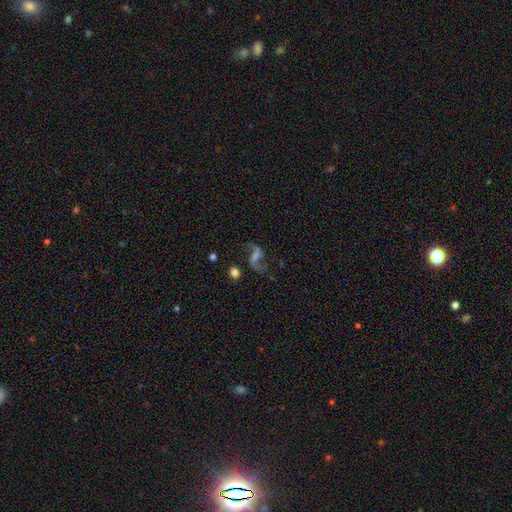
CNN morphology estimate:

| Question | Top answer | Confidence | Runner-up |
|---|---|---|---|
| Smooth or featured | featured or disk | 80% | star or artifact (11%) |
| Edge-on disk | no | 97% | yes (3%) |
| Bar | weak | 44% | strong (30%) |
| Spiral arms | yes | 94% | no (6%) |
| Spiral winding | loose | 83% | medium (14%) |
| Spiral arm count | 2 | 91% | 1 (4%) |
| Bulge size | none | 52% | small (27%) |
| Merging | none | 70% | minor disturbance (13%) |